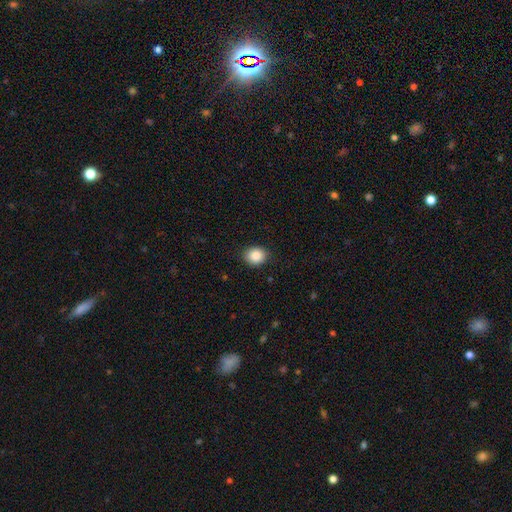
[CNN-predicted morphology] Q: Smooth or featured?
A: smooth (88%); runner-up: star or artifact (9%)
Q: How rounded?
A: round (69%); runner-up: in between (30%)
Q: Merging?
A: none (89%); runner-up: minor disturbance (8%)